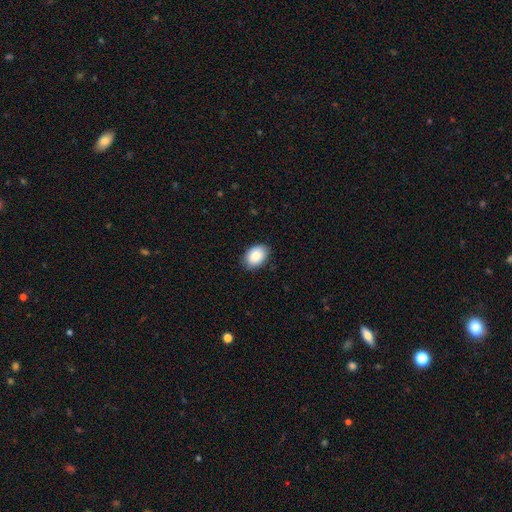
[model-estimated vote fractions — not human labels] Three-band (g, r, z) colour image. It shows a smooth galaxy with no disk features (86%) that is in between round and cigar-shaped (79%). Merging: none (86%).